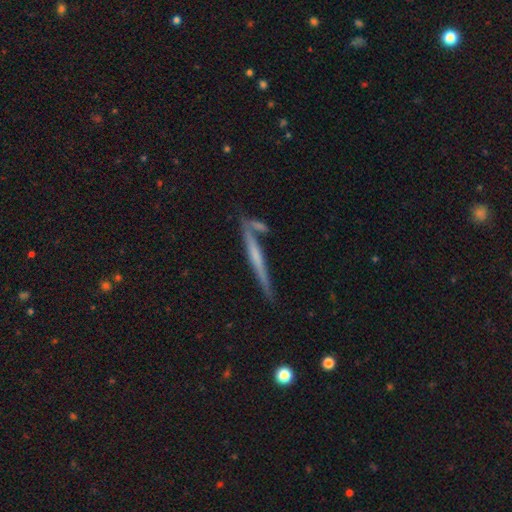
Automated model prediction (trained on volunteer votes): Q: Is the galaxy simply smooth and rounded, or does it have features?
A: featured or disk — 56%.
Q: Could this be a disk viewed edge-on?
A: yes — 94%.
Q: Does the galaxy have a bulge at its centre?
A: none — 64%.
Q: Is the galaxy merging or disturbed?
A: none — 68%.